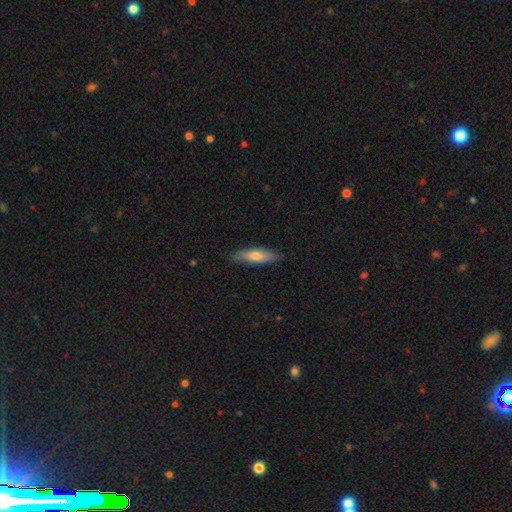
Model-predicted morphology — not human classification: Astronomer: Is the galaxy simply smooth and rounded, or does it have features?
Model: smooth — 67%.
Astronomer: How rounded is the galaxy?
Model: cigar-shaped — 72%.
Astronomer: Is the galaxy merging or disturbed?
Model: none — 85%.